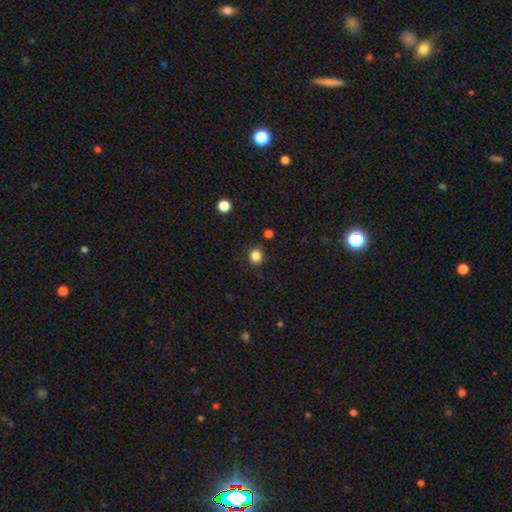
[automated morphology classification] A smooth galaxy with no disk features (84%) that is round (81%).

Vote fractions:
- Smooth or featured? smooth: 84% / star or artifact: 12% / featured or disk: 4%
- How rounded? round: 81% / in between: 18% / cigar-shaped: 1%
- Merging? none: 88% / minor disturbance: 8% / major disturbance: 2% / merger: 2%